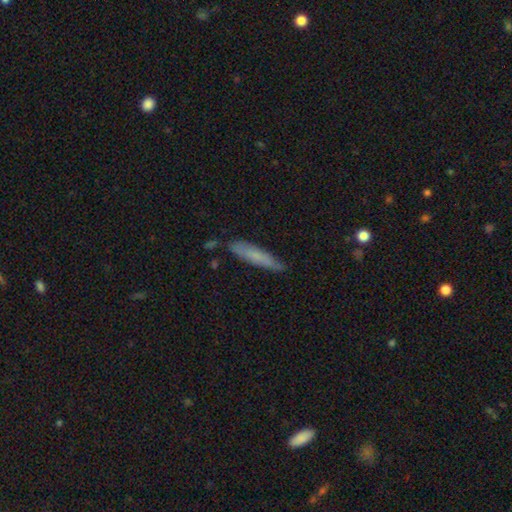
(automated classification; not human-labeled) Smooth or featured?
  - smooth: 70% *
  - featured or disk: 23%
  - star or artifact: 7%
How rounded?
  - cigar-shaped: 88% *
  - in between: 11%
  - round: 1%
Merging?
  - none: 77% *
  - minor disturbance: 17%
  - major disturbance: 3%
  - merger: 3%